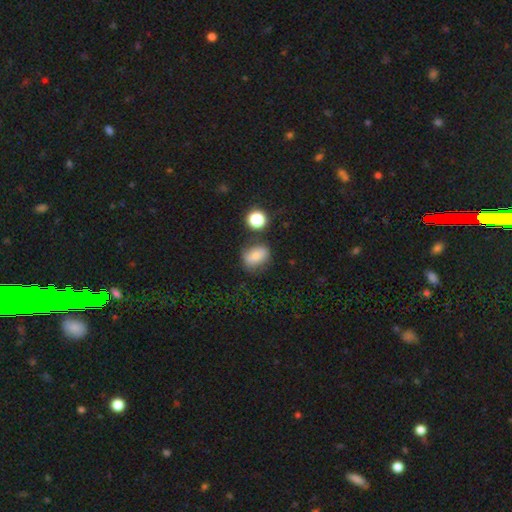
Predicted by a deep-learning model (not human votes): This is likely a smooth galaxy (70%). How rounded: possibly in between (58%). Merging: likely none (67%).